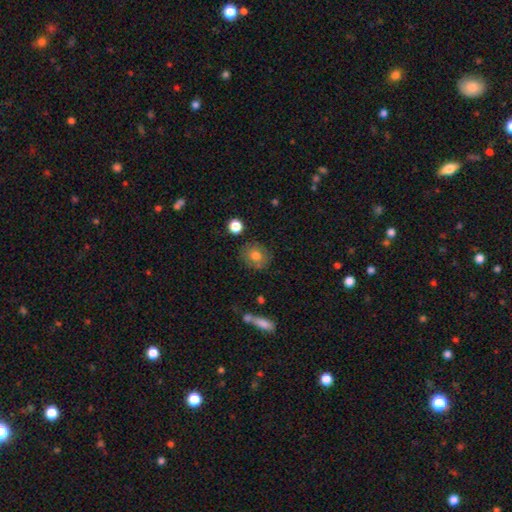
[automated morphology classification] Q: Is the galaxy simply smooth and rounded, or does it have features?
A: smooth — 74%.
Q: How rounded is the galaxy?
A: round — 77%.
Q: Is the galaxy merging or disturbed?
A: none — 80%.